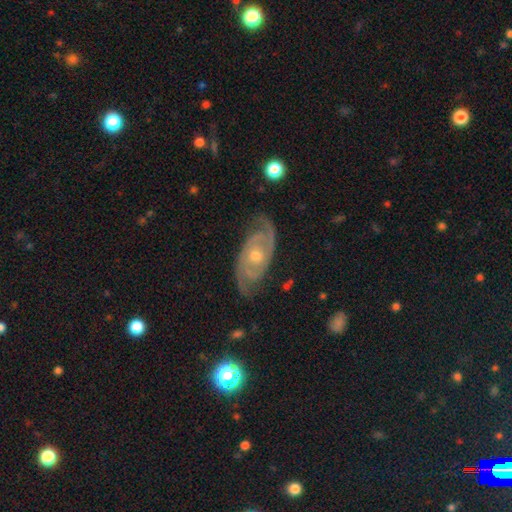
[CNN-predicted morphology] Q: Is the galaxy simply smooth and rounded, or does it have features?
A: featured or disk — 89%.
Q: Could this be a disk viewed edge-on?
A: no — 95%.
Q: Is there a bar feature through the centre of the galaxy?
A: no — 75%.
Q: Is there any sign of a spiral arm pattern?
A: yes — 97%.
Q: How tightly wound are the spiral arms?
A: tight — 57%.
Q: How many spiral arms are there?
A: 2 — 84%.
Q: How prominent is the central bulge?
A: moderate — 57%.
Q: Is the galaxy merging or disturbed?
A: none — 78%.